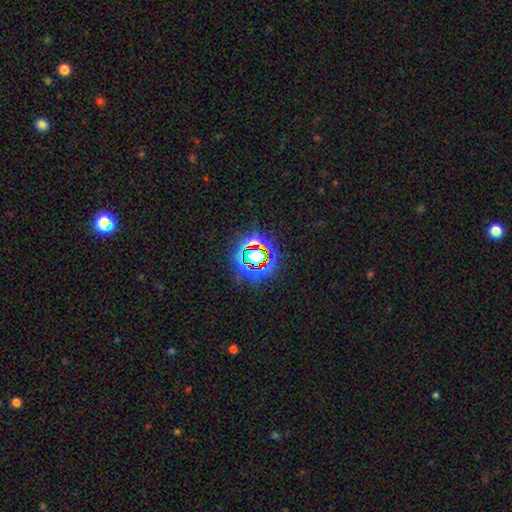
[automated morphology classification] Overall: star or artifact (69%).